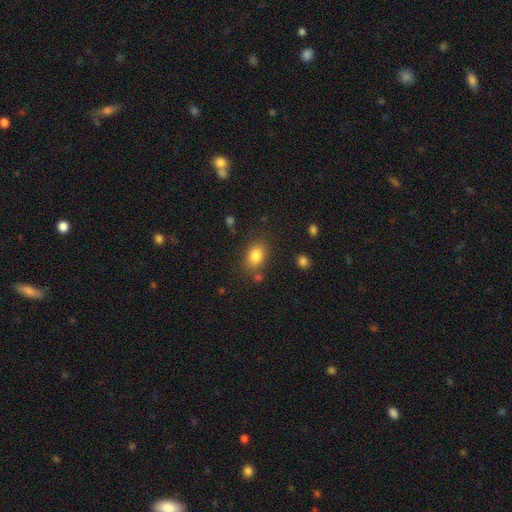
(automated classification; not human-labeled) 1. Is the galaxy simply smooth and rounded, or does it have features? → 83% smooth, 10% star or artifact, 7% featured or disk.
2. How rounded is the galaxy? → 68% in between, 31% round, 1% cigar-shaped.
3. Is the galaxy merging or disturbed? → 75% none, 14% minor disturbance, 6% merger, 5% major disturbance.